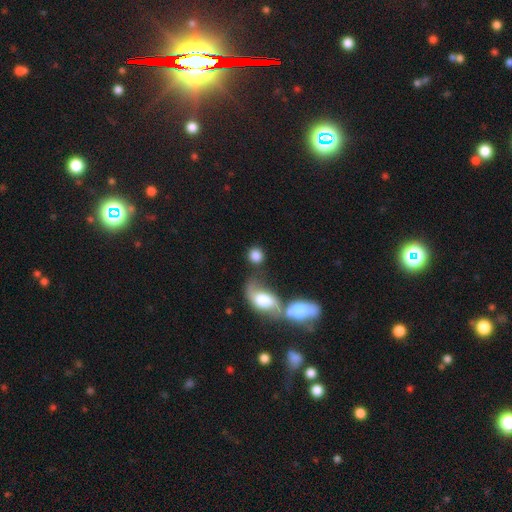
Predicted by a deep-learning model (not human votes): Q: Smooth or featured?
A: smooth (78%); runner-up: featured or disk (13%)
Q: How rounded?
A: round (73%); runner-up: in between (25%)
Q: Merging?
A: none (51%); runner-up: merger (24%)